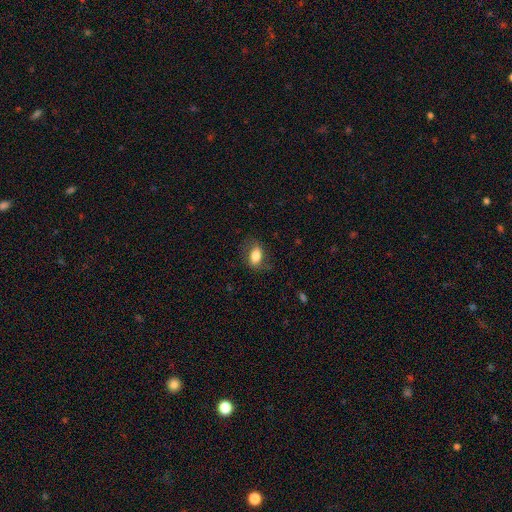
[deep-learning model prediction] This appears to be a smooth galaxy with no disk features (74%) that is in between round and cigar-shaped (85%). Merging: none (67%).